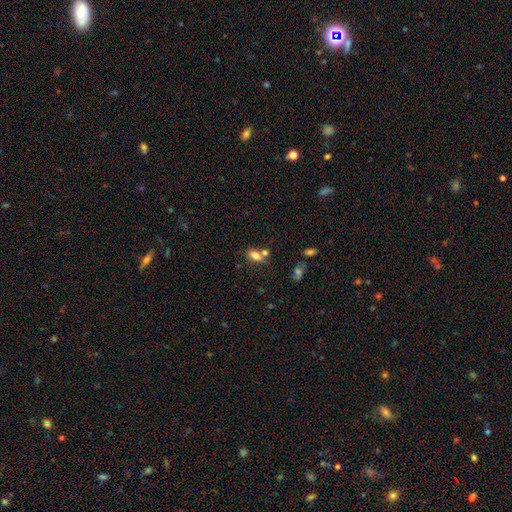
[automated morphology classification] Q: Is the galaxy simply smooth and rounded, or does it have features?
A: smooth — 78%.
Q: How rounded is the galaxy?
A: in between — 86%.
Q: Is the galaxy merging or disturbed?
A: none — 47%.